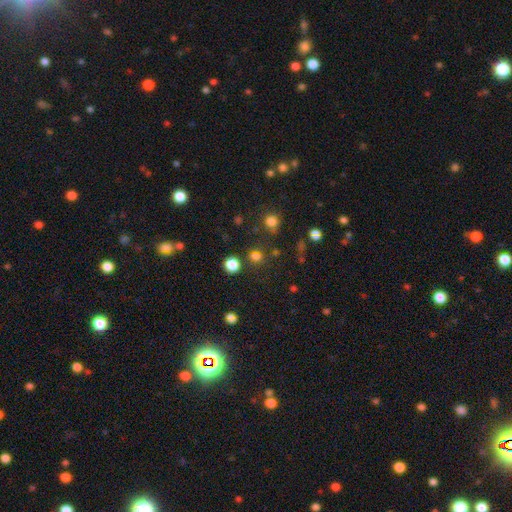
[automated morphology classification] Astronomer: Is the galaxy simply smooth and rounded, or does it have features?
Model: smooth — 71%.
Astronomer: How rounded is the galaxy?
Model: round — 83%.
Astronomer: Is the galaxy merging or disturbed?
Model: none — 77%.